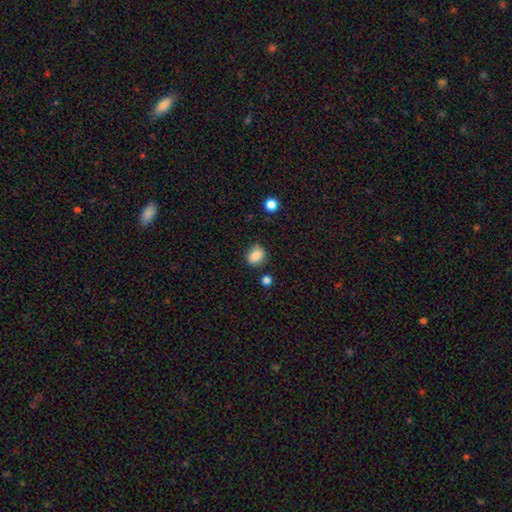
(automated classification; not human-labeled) Q: Smooth or featured?
A: smooth (85%); runner-up: star or artifact (10%)
Q: How rounded?
A: round (55%); runner-up: in between (43%)
Q: Merging?
A: none (74%); runner-up: minor disturbance (18%)